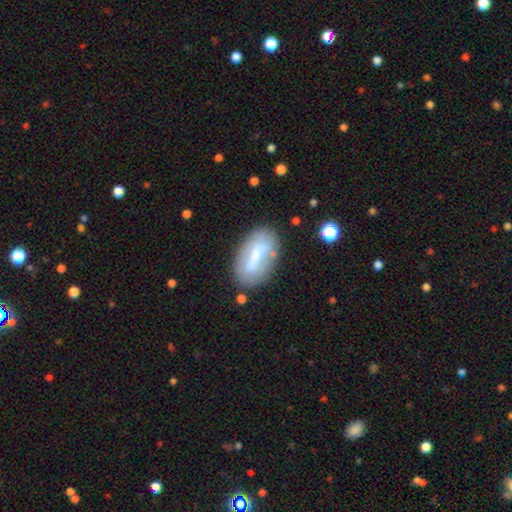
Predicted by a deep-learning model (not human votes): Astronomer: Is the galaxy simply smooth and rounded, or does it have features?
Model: smooth — 50% (runner-up: featured or disk, 42%).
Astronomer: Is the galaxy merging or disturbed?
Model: none — 72%.